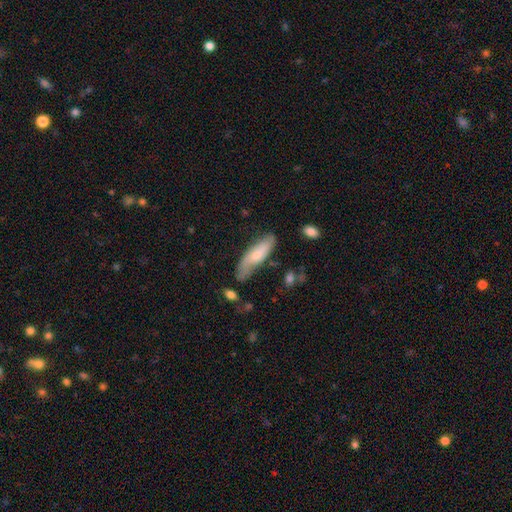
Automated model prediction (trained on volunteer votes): Morphology: type=smooth (59%); roundness=cigar-shaped (53%); merging=none (62%).